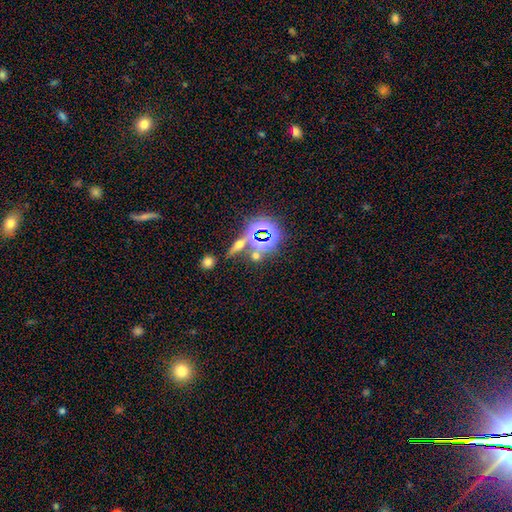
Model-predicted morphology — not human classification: Smooth or featured? star or artifact (68%)